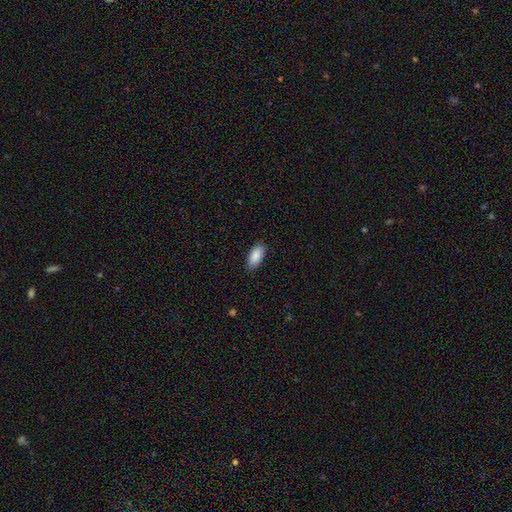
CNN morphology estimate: A smooth galaxy with no disk features (89%) that is in between round and cigar-shaped (92%). Merging: none (86%).